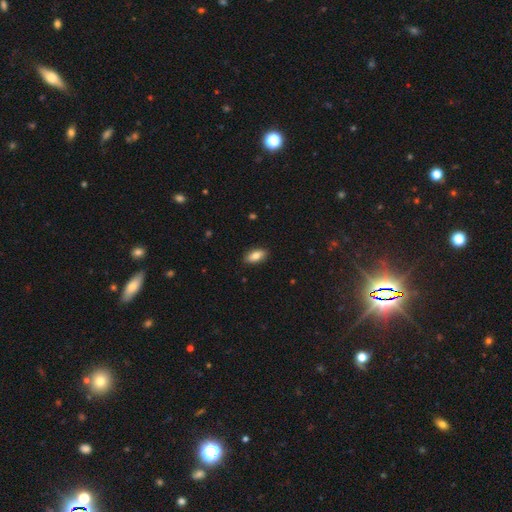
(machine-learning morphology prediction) The model was most divided on "smooth or featured": smooth: 82%, featured or disk: 11%, star or artifact: 7%. More confident: merging — none (89%); how rounded — in between (88%).